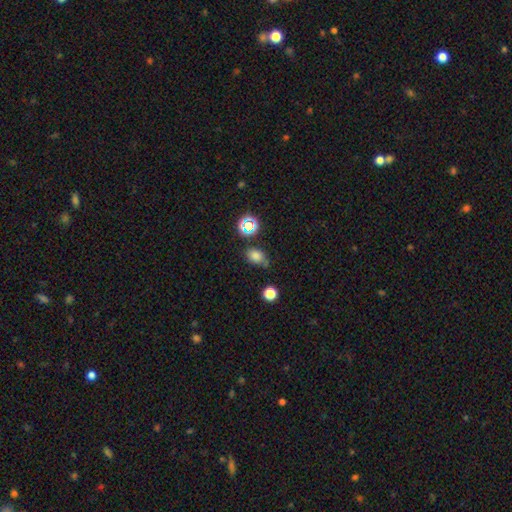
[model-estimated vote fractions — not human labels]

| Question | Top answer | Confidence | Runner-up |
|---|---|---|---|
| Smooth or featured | smooth | 73% | star or artifact (20%) |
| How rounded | in between | 63% | round (35%) |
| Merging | none | 63% | minor disturbance (24%) |